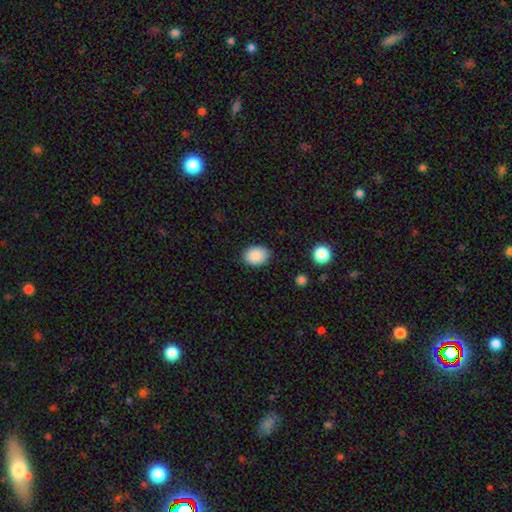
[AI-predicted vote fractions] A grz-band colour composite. It shows a smooth galaxy with no disk features (89%) that is in between round and cigar-shaped (66%). Merging: none (88%).